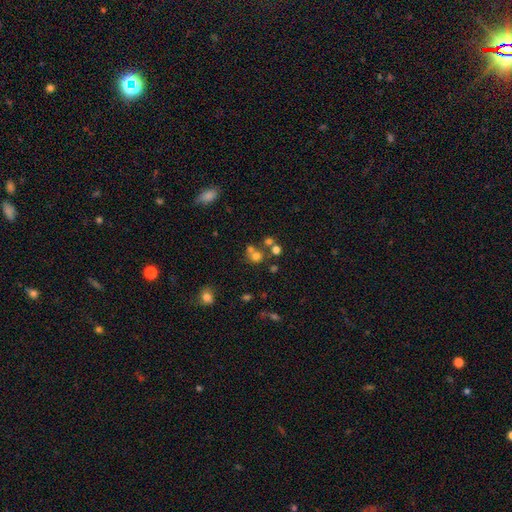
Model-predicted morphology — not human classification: The model was most divided on "merging": none: 52%, merger: 35%, minor disturbance: 8%, major disturbance: 4%. More confident: how rounded — round (84%); smooth or featured — smooth (67%).